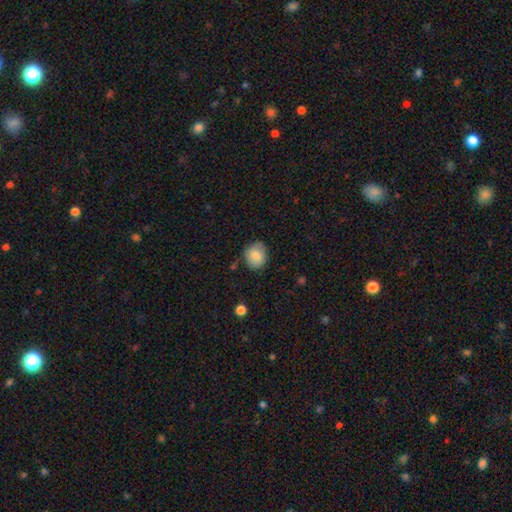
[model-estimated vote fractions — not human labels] Morphology: type=smooth (79%); roundness=round (64%); merging=none (75%).